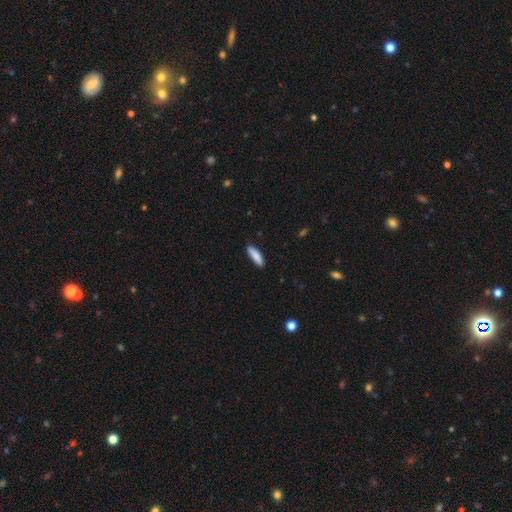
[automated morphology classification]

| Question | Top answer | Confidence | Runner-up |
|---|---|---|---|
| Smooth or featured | smooth | 86% | featured or disk (8%) |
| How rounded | cigar-shaped | 63% | in between (36%) |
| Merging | none | 84% | minor disturbance (12%) |